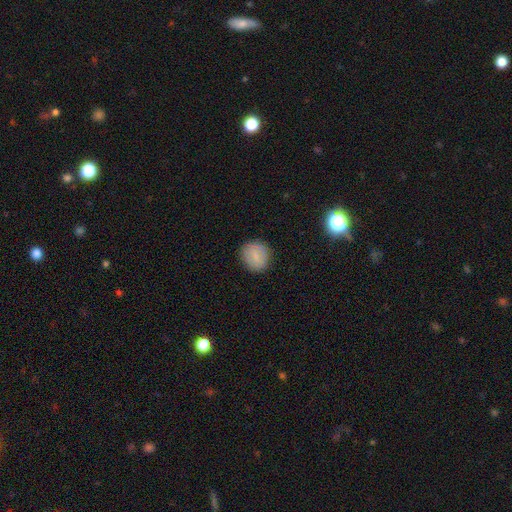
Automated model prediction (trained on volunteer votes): This is likely a smooth galaxy (79%). How rounded: clearly round (81%). Merging: clearly none (86%).